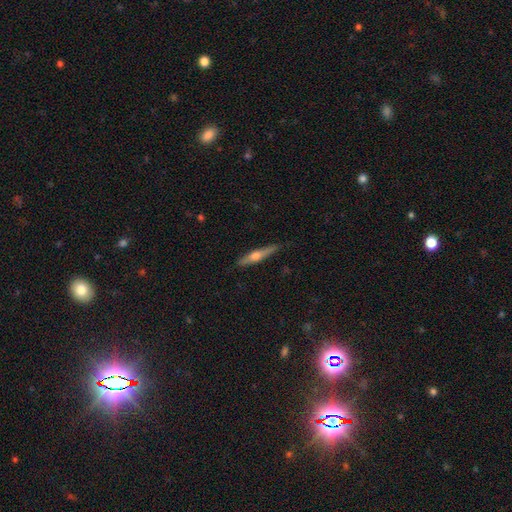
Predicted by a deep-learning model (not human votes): Smooth or featured: featured or disk — 58% (smooth — 36%)
Edge-on disk: yes — 95% (no — 5%)
Edge-on bulge: rounded — 89% (none — 7%)
Merging: none — 84% (minor disturbance — 12%)